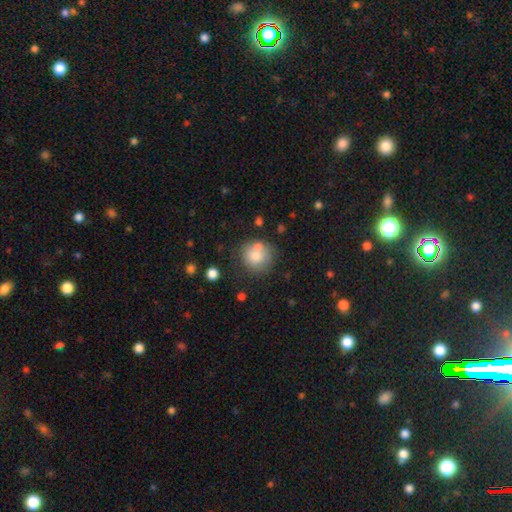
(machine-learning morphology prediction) This appears to be a smooth galaxy with no disk features (74%) that is round (89%). Merging: none (61%).